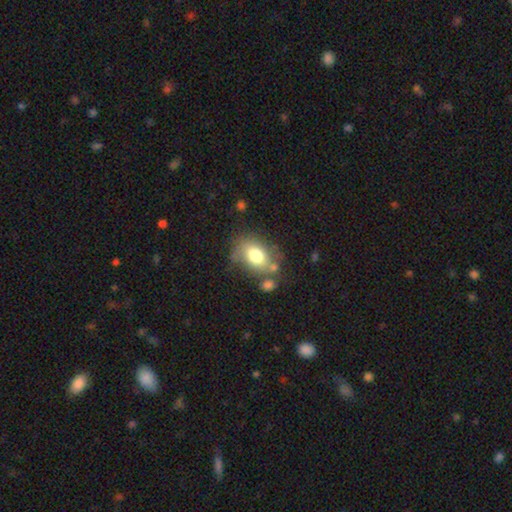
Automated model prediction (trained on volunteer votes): Q: Smooth or featured?
A: smooth (73%); runner-up: featured or disk (18%)
Q: How rounded?
A: in between (75%); runner-up: round (24%)
Q: Merging?
A: none (57%); runner-up: minor disturbance (21%)